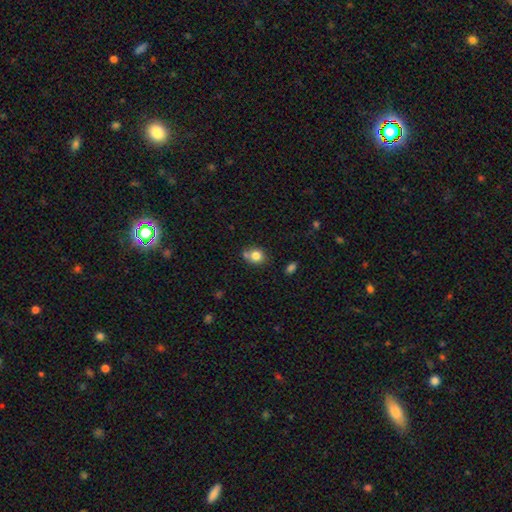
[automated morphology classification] The model was most divided on "how rounded": round: 67%, in between: 32%, cigar-shaped: 1%. More confident: smooth or featured — smooth (80%); merging — none (59%).